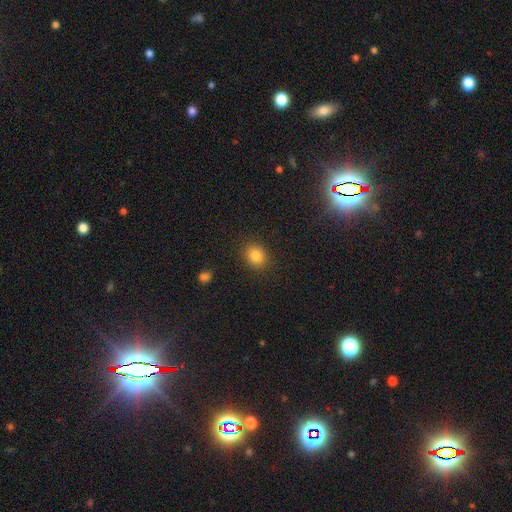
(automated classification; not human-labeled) Morphology: type=smooth (83%); roundness=round (69%); merging=none (88%).